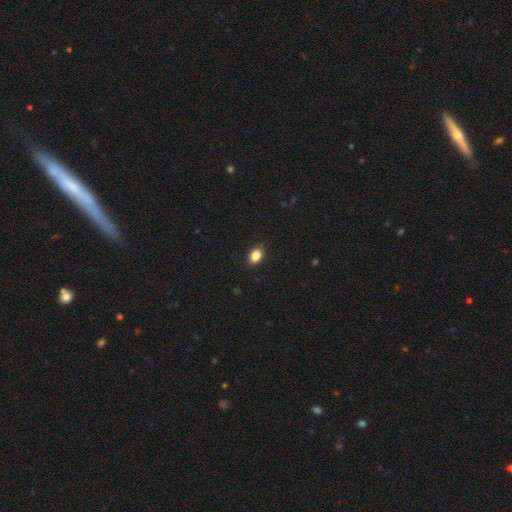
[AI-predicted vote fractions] Smooth or featured? Predicted: smooth (p=0.85). How rounded? Predicted: in between (p=0.73). Merging? Predicted: none (p=0.88).